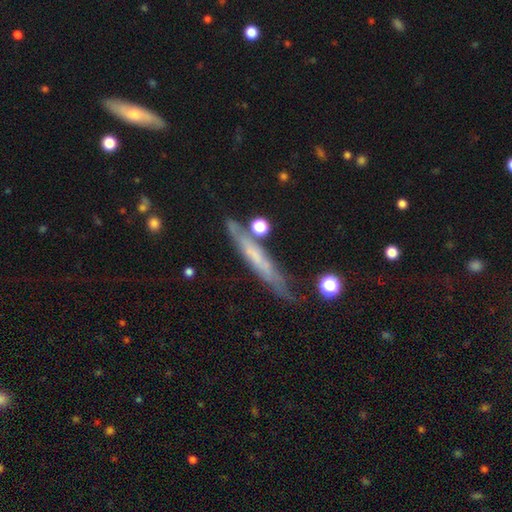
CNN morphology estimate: type=featured or disk (52%); edge-on=yes (78%); merging=none (68%).